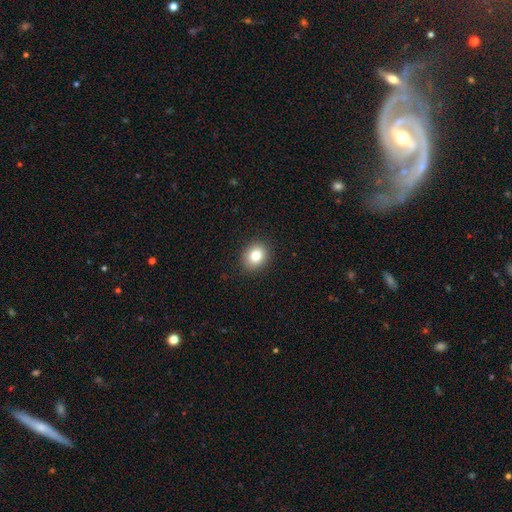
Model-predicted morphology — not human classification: Smooth or featured: smooth — 80% (star or artifact — 11%)
How rounded: round — 66% (in between — 33%)
Merging: none — 90% (minor disturbance — 7%)